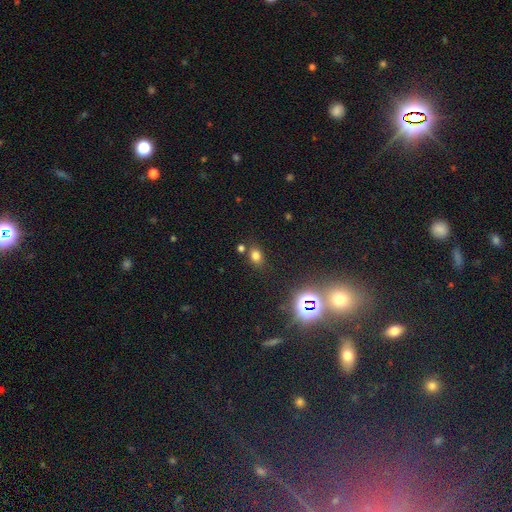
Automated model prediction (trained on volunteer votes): Morphology: type=smooth (72%); roundness=in between (62%); merging=none (75%).